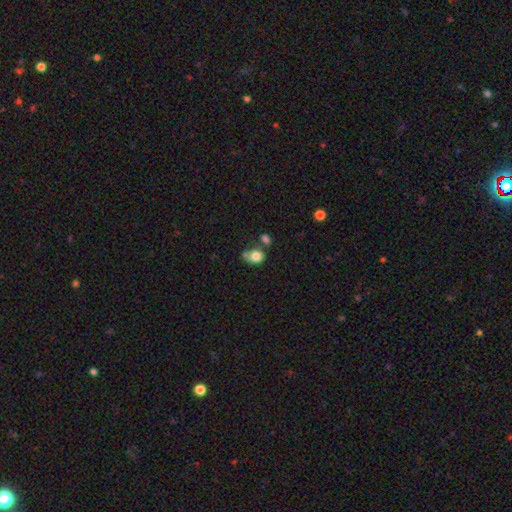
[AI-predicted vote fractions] Smooth or featured: smooth — 79% (featured or disk — 11%)
How rounded: round — 54% (in between — 45%)
Merging: none — 39% (merger — 27%)